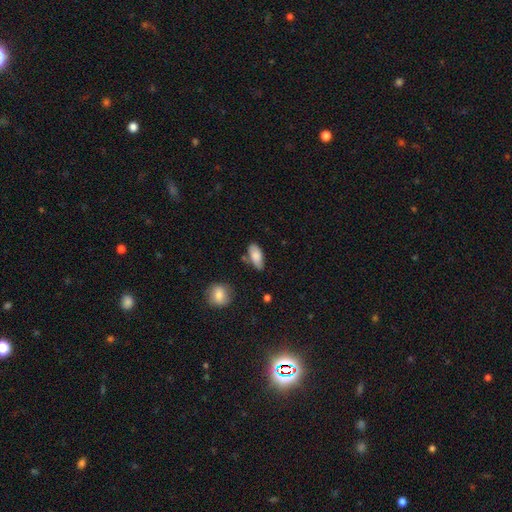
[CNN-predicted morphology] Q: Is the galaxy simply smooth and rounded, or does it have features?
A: smooth — 83%.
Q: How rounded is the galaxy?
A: in between — 88%.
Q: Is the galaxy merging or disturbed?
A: none — 67%.